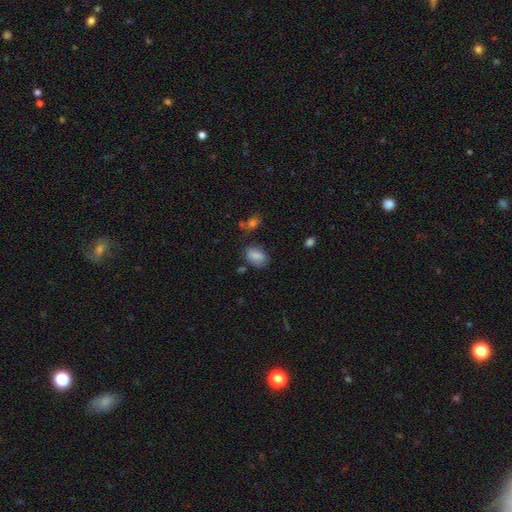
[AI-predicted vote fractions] A smooth galaxy with no disk features (82%) that is in between round and cigar-shaped (82%). Merging: none (69%).